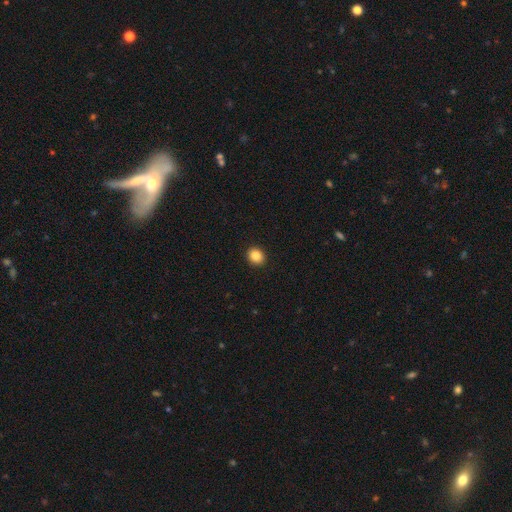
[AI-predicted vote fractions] This is clearly a smooth galaxy (86%). How rounded: likely round (75%). Merging: clearly none (93%).